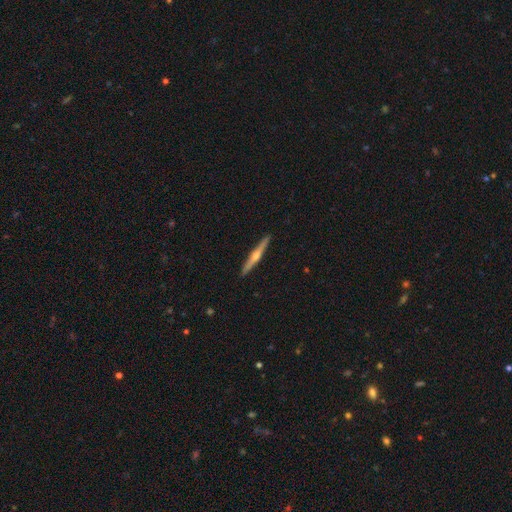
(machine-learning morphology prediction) Smooth or featured? featured or disk (70%)
Edge-on disk? yes (98%)
Edge-on bulge? rounded (87%)
Merging? none (92%)